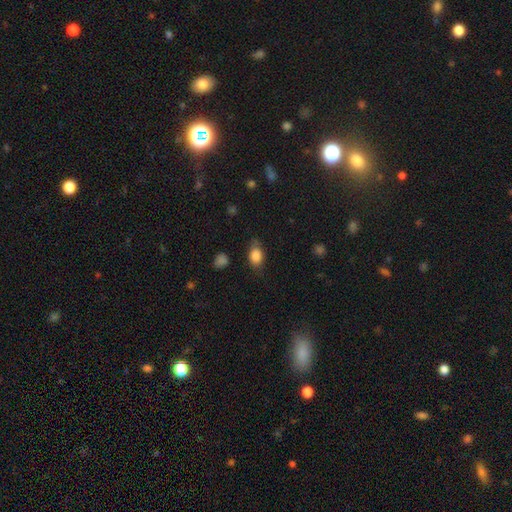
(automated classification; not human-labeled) Q: Smooth or featured?
A: smooth (84%); runner-up: star or artifact (8%)
Q: How rounded?
A: in between (80%); runner-up: round (17%)
Q: Merging?
A: none (69%); runner-up: minor disturbance (23%)